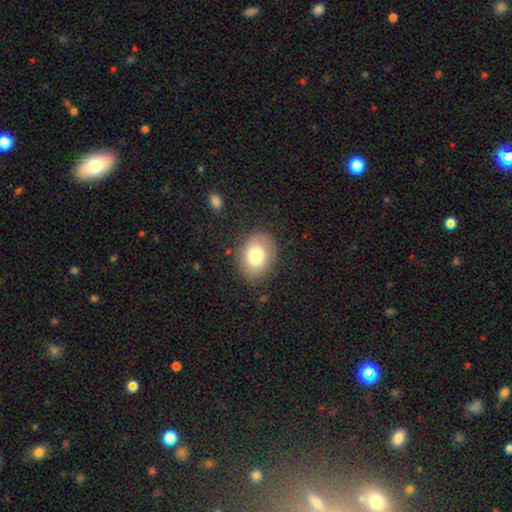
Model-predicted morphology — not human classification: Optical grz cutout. It shows a smooth galaxy with no disk features (79%) that is in between round and cigar-shaped (51%). Merging: none (84%).